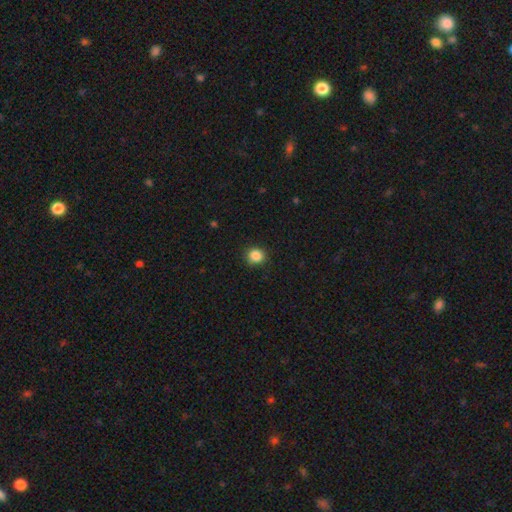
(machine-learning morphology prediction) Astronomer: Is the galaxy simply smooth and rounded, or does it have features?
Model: smooth — 86%.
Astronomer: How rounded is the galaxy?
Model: round — 88%.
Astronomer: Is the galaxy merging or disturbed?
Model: none — 90%.